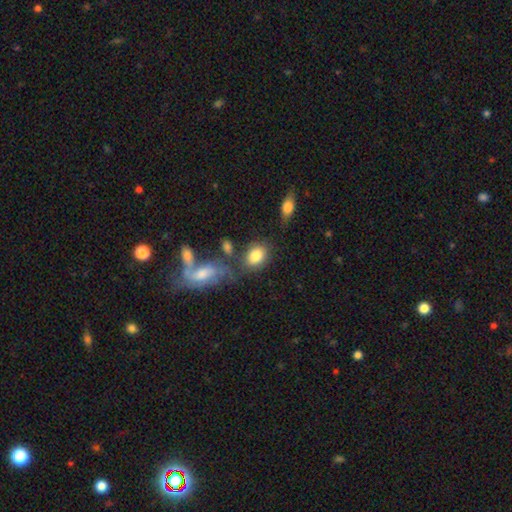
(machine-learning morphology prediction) smooth-or-featured: smooth: 82% | featured or disk: 11% | star or artifact: 7%
  how-rounded: in between: 72% | round: 26% | cigar-shaped: 2%
  merging: none: 59% | merger: 17% | minor disturbance: 17% | major disturbance: 7%